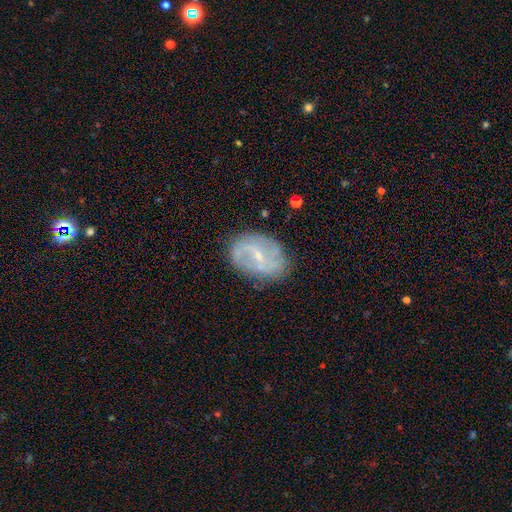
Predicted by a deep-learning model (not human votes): smooth-or-featured: featured or disk: 73% | smooth: 16% | star or artifact: 11%
  disk-edge-on: no: 96% | yes: 4%
    bar: weak: 47% | strong: 31% | no: 21%
    has-spiral-arms: yes: 86% | no: 14%
      spiral-winding: medium: 40% | loose: 33% | tight: 27%
      spiral-arm-count: 2: 77% | can't tell: 13% | 3: 3% | 1: 3% | 4: 2% | more than 4: 2%
    bulge-size: small: 72% | moderate: 20% | none: 5% | large: 1% | dominant: 1%
  merging: none: 80% | minor disturbance: 14% | major disturbance: 4% | merger: 1%